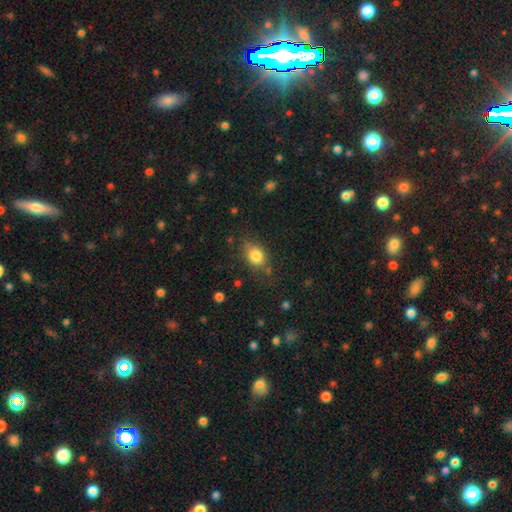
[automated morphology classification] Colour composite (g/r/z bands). It shows a smooth galaxy with no disk features (82%) that is in between round and cigar-shaped (63%). Merging: none (72%).